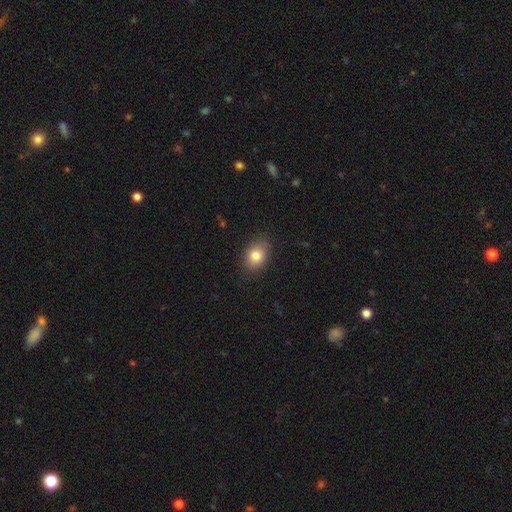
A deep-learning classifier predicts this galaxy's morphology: A smooth galaxy with no disk features (81%) that is in between round and cigar-shaped (71%). Merging: none (83%).